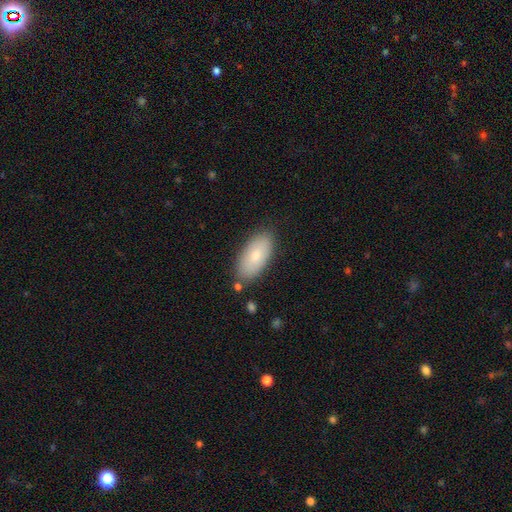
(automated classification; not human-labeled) This is likely a smooth galaxy (79%). How rounded: clearly in between (91%). Merging: clearly none (81%).